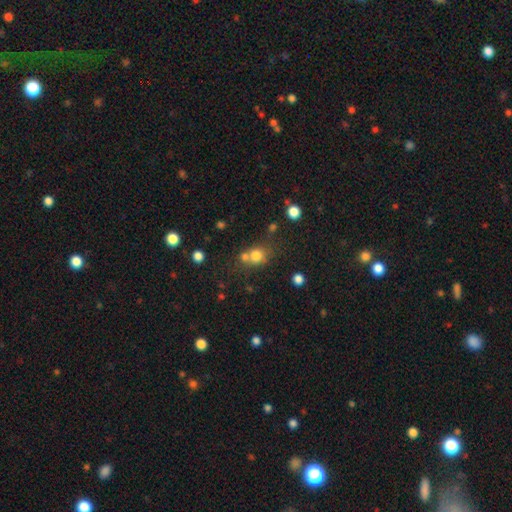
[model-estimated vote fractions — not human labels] Q: Smooth or featured?
A: smooth (76%); runner-up: star or artifact (14%)
Q: How rounded?
A: round (77%); runner-up: in between (22%)
Q: Merging?
A: none (47%); runner-up: merger (38%)